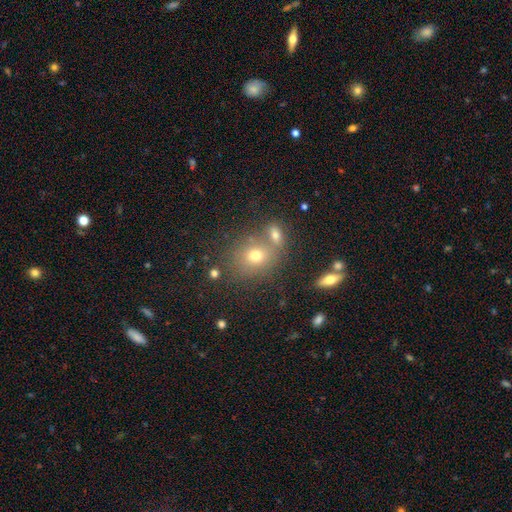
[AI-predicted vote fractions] This appears to be a smooth galaxy with no disk features (69%) that is round (66%). Merging: none (57%).